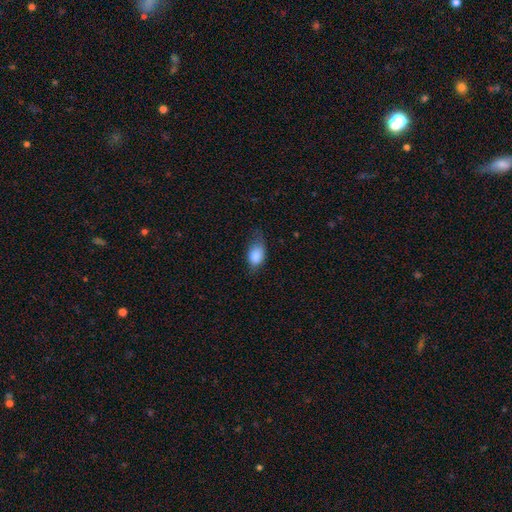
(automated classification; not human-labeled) Smooth or featured? Predicted: smooth (p=0.82). How rounded? Predicted: in between (p=0.84). Merging? Predicted: none (p=0.45).